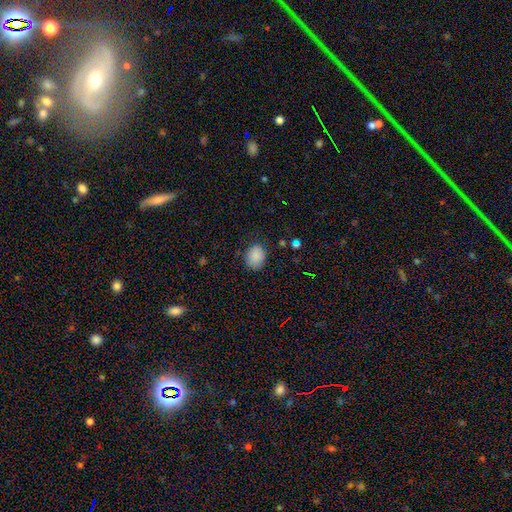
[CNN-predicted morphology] type=smooth (87%); roundness=in between (54%); merging=none (79%).